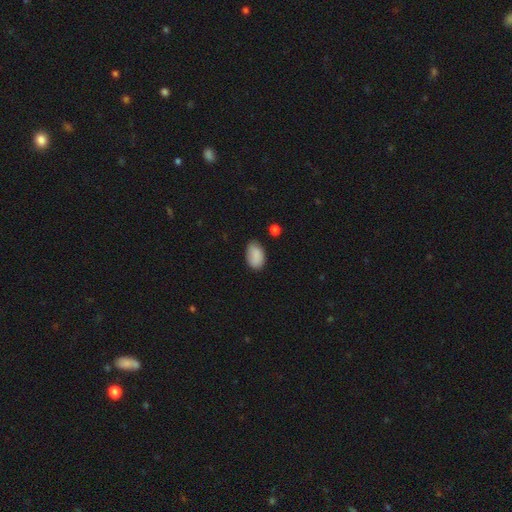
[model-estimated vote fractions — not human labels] smooth-or-featured: smooth: 87% | star or artifact: 7% | featured or disk: 6%
  how-rounded: in between: 91% | round: 8% | cigar-shaped: 1%
  merging: none: 74% | minor disturbance: 20% | major disturbance: 4% | merger: 2%